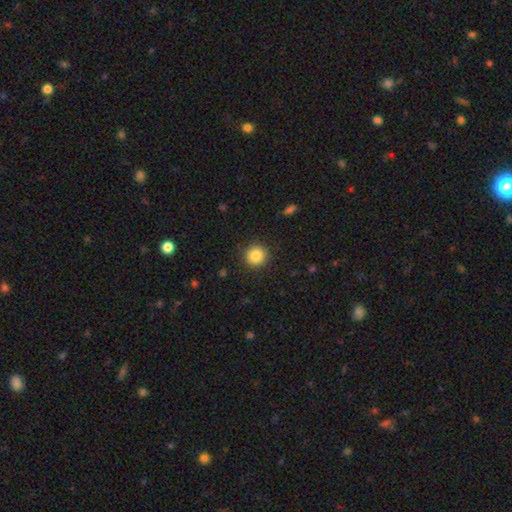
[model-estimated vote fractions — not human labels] smooth 86%, star or artifact 10%, featured or disk 5%. Down the decision tree: how rounded — round (94%); merging — none (91%).